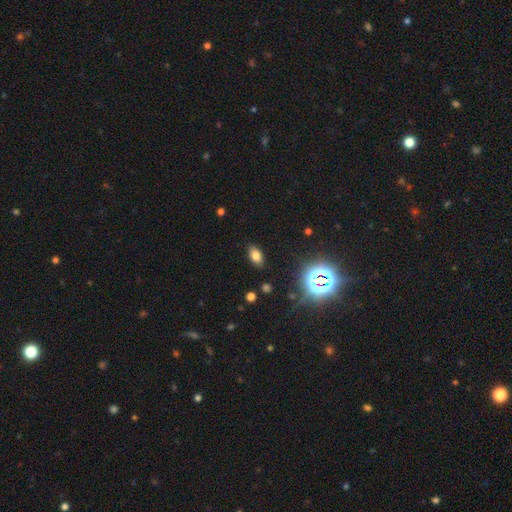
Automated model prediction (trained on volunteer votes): smooth_or_featured: smooth (p=0.73) [alt: star or artifact p=0.19]
how_rounded: in between (p=0.89) [alt: round p=0.08]
merging: none (p=0.87) [alt: minor disturbance p=0.09]